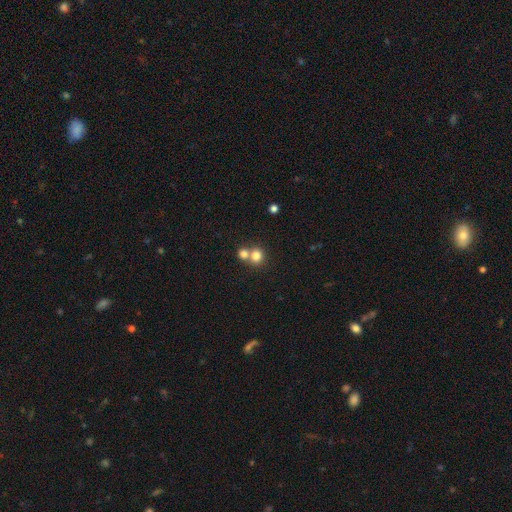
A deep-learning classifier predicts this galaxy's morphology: Smooth or featured? smooth (79%)
How rounded? round (82%)
Merging? merger (48%)